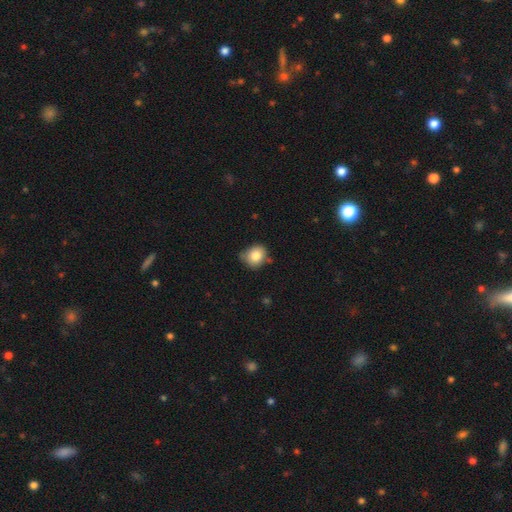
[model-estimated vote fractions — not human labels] A smooth galaxy with no disk features (81%) that is round (70%). Merging: none (64%).